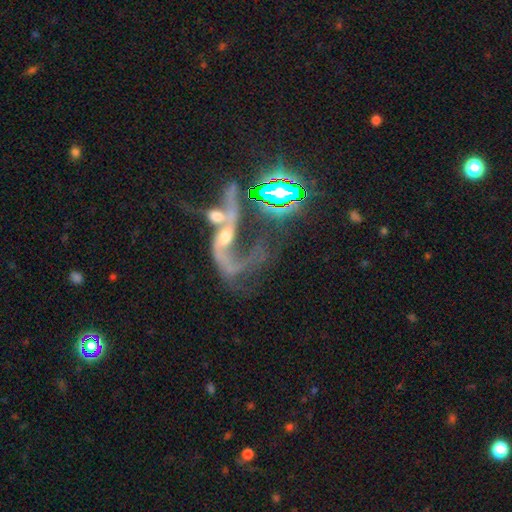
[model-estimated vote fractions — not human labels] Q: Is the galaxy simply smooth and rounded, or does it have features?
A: featured or disk — 59%.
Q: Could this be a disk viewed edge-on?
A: no — 91%.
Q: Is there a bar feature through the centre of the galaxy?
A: no — 58%.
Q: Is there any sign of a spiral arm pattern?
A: yes — 63%.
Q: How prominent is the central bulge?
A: small — 42%.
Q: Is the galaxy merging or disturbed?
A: merger — 38%.